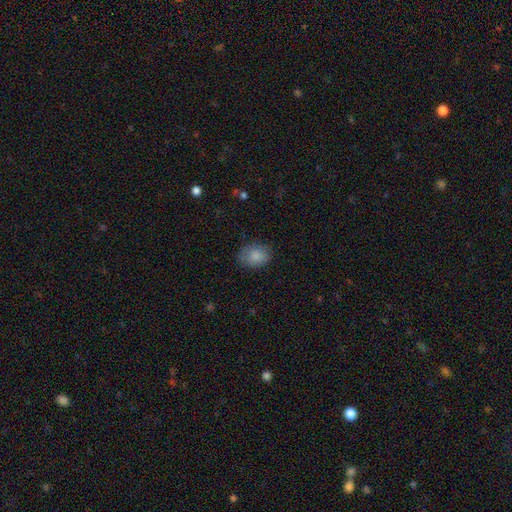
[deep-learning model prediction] Smooth or featured? Predicted: smooth (p=0.85). How rounded? Predicted: in between (p=0.71). Merging? Predicted: none (p=0.78).